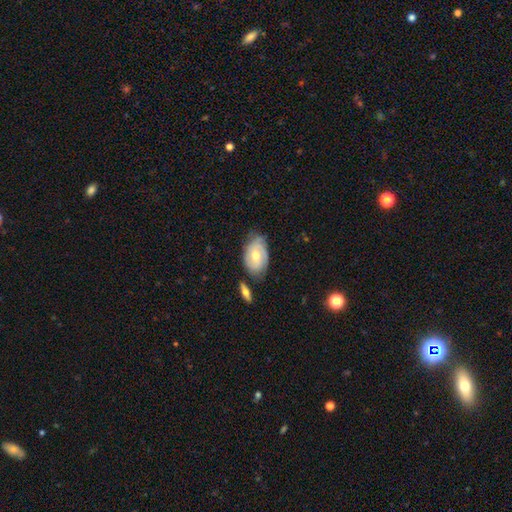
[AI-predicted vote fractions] Q: Smooth or featured?
A: featured or disk (57%); runner-up: smooth (36%)
Q: Edge-on disk?
A: no (93%); runner-up: yes (7%)
Q: Bar?
A: no (55%); runner-up: weak (37%)
Q: Spiral arms?
A: yes (74%); runner-up: no (26%)
Q: Bulge size?
A: moderate (68%); runner-up: small (27%)
Q: Merging?
A: none (61%); runner-up: minor disturbance (27%)